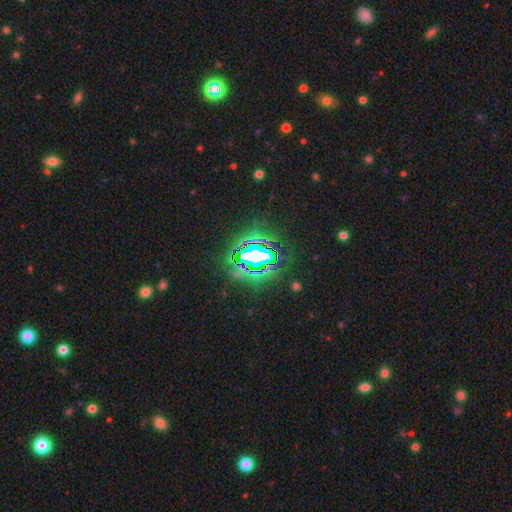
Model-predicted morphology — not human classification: A star or artifact, not a galaxy (77%).

Vote fractions:
- Smooth or featured? star or artifact: 77% / smooth: 12% / featured or disk: 11%